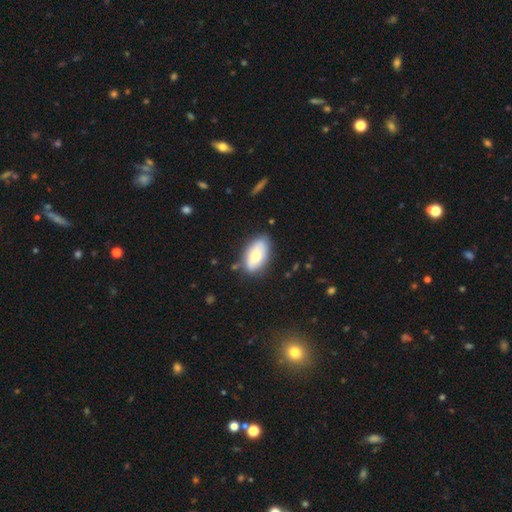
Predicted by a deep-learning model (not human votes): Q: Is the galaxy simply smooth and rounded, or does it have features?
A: smooth — 69%.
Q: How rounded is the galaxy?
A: in between — 93%.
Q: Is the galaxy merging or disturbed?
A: none — 76%.